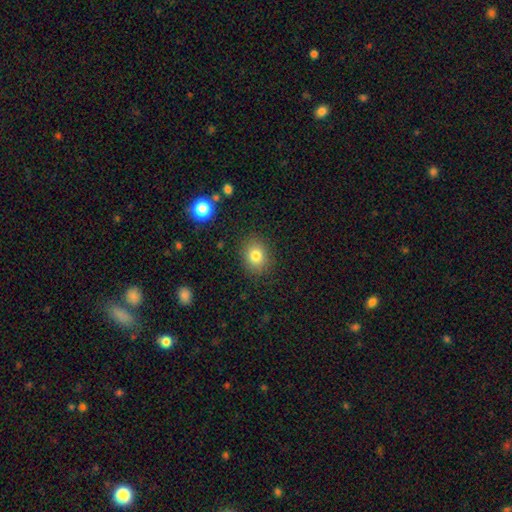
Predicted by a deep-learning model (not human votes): Overall: smooth (81%). How rounded: round (64%; in between 35%). Merging: none (87%).